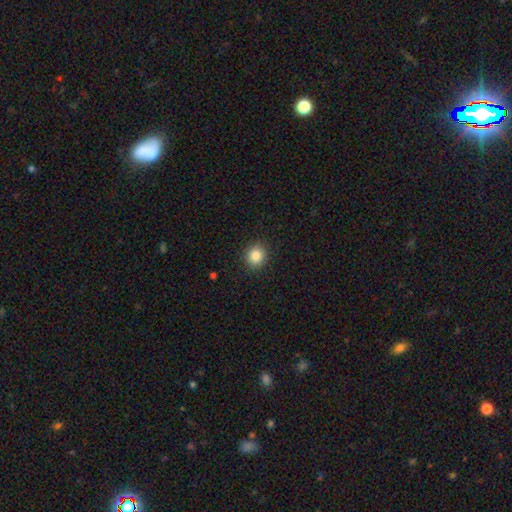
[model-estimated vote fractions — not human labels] Smooth or featured?
  - smooth: 85% *
  - star or artifact: 10%
  - featured or disk: 5%
How rounded?
  - round: 79% *
  - in between: 20%
  - cigar-shaped: 1%
Merging?
  - none: 90% *
  - minor disturbance: 7%
  - major disturbance: 2%
  - merger: 1%